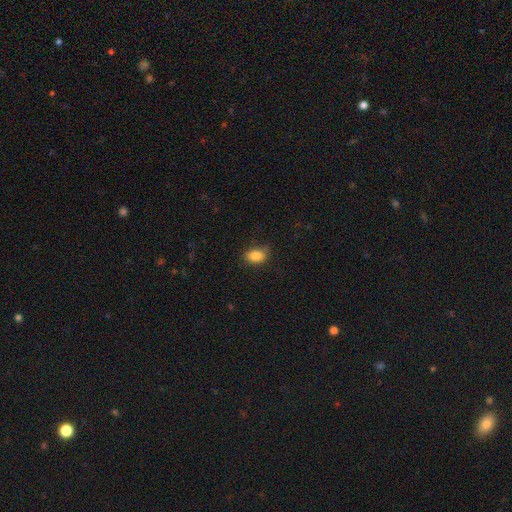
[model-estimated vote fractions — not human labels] Smooth or featured? smooth (86%)
How rounded? in between (77%)
Merging? none (71%)